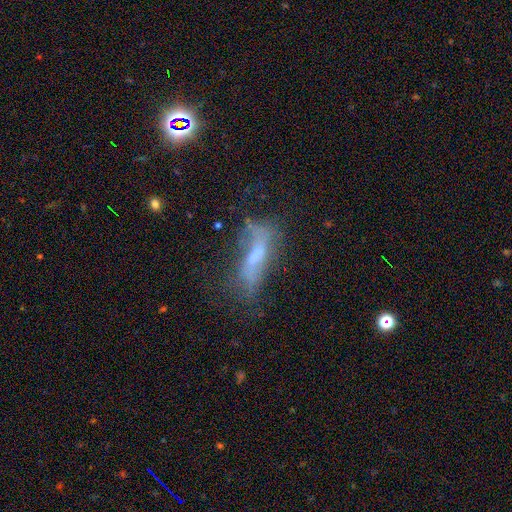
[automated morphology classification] type=featured or disk (47%); merging=none (42%).